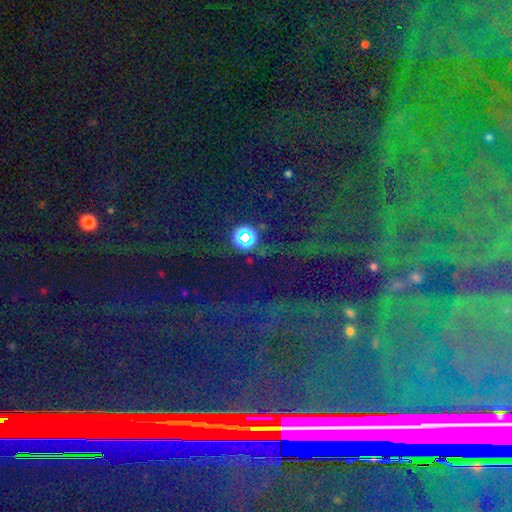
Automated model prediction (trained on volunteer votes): This is clearly a star or artifact rather than a galaxy (81%).